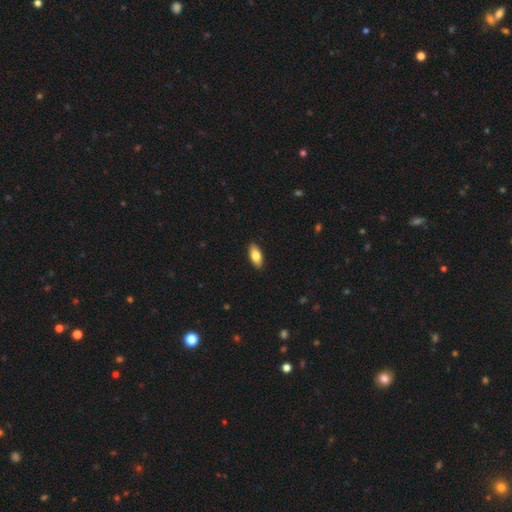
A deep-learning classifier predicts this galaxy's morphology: smooth 78%, featured or disk 16%, star or artifact 6%. Down the decision tree: how rounded — in between (85%); merging — none (90%).